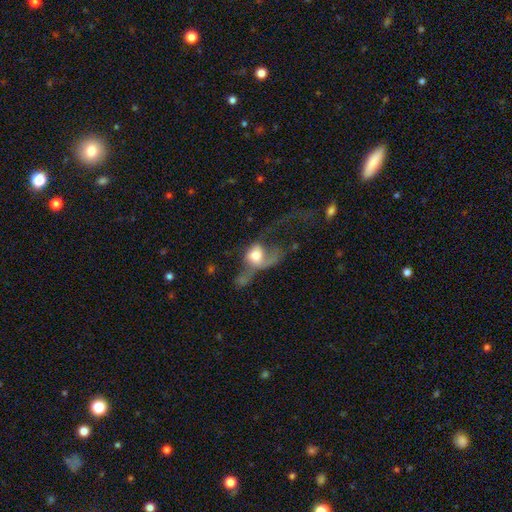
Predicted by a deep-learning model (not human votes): A smooth galaxy with no disk features (51%) that is in between round and cigar-shaped (57%). Merging: major disturbance (60%).